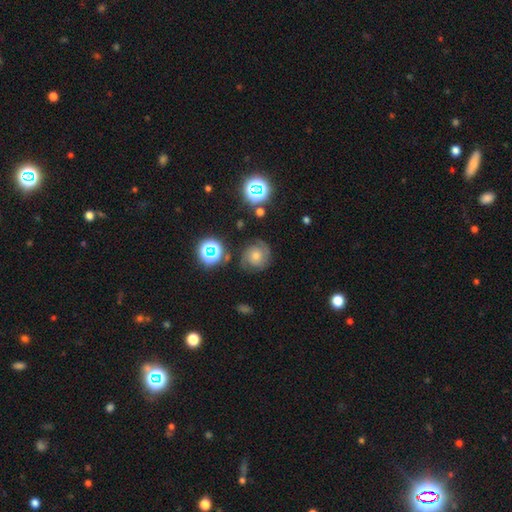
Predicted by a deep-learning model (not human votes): A featured or disk galaxy (58%) with no bar (76%), 2 (51%) tight (57%) spiral arms (92%) and a moderate central bulge (56%). Merging: none (74%).